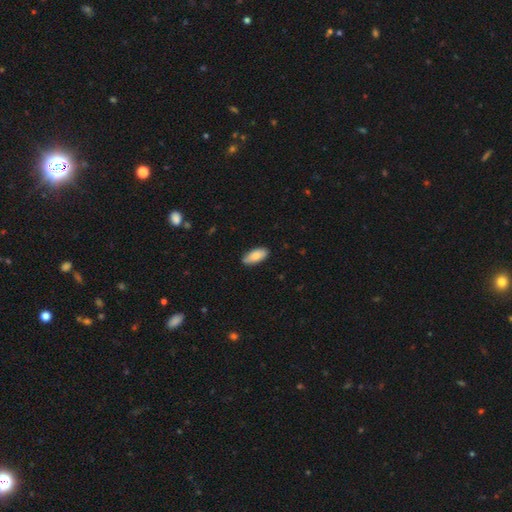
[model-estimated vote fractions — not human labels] smooth-or-featured: smooth: 84% | featured or disk: 11% | star or artifact: 6%
  how-rounded: in between: 88% | cigar-shaped: 11% | round: 2%
  merging: none: 87% | minor disturbance: 10% | major disturbance: 2% | merger: 1%